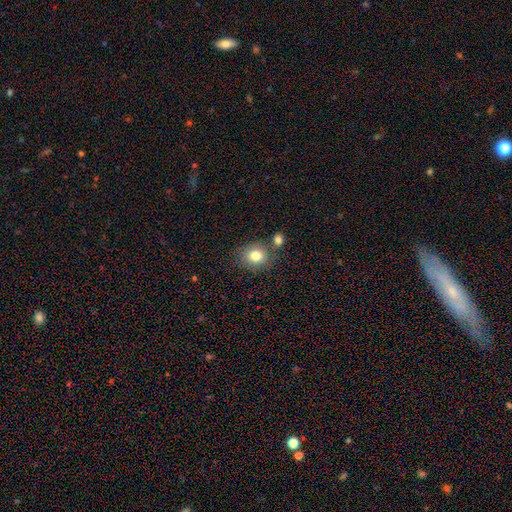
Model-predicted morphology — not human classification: Smooth or featured?
  - smooth: 80% *
  - star or artifact: 10%
  - featured or disk: 10%
How rounded?
  - round: 71% *
  - in between: 28%
  - cigar-shaped: 1%
Merging?
  - none: 68% *
  - merger: 16%
  - minor disturbance: 12%
  - major disturbance: 4%